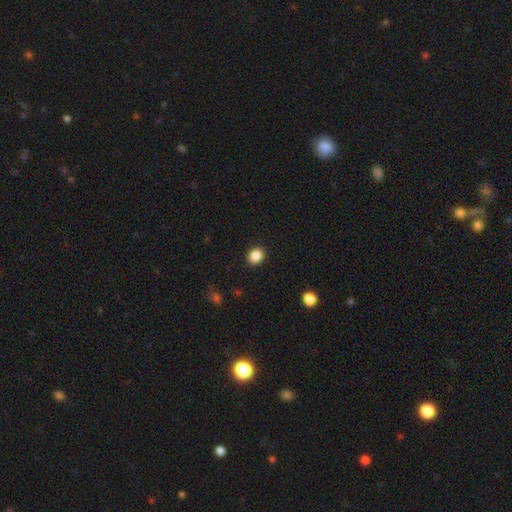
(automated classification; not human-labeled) Overall: smooth (87%). How rounded: round (50%; in between 49%). Merging: none (90%).